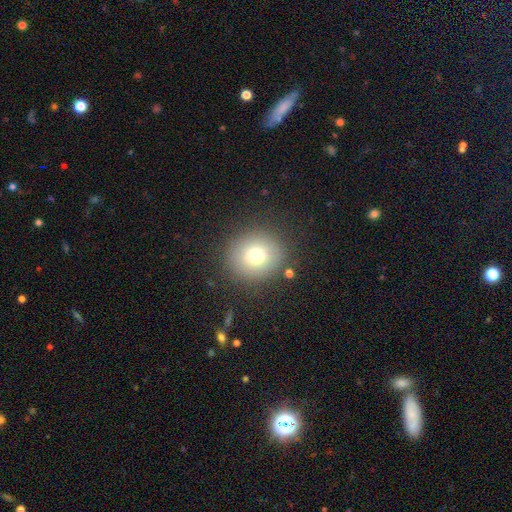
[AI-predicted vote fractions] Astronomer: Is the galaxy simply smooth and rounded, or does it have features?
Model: smooth — 75%.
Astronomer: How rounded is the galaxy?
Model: round — 82%.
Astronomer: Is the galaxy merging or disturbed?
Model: none — 86%.